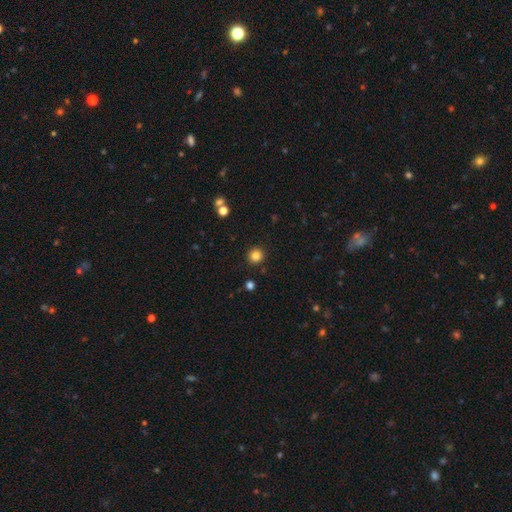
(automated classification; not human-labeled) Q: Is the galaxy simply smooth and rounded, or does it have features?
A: smooth — 83%.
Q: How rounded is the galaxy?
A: round — 93%.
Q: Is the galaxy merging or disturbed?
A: none — 91%.